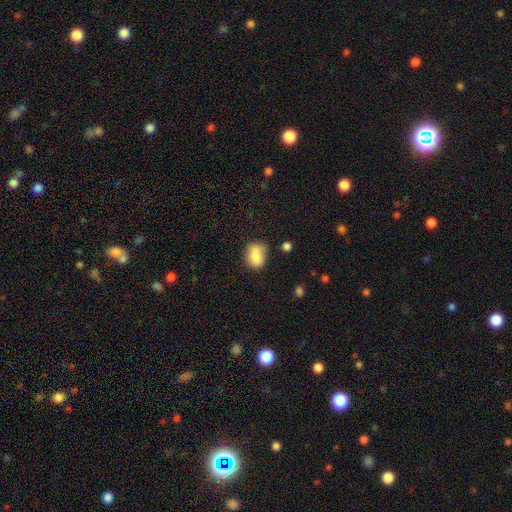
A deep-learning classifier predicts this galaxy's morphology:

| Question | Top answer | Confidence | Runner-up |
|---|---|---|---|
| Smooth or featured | smooth | 81% | featured or disk (11%) |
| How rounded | in between | 60% | round (39%) |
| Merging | none | 59% | minor disturbance (25%) |